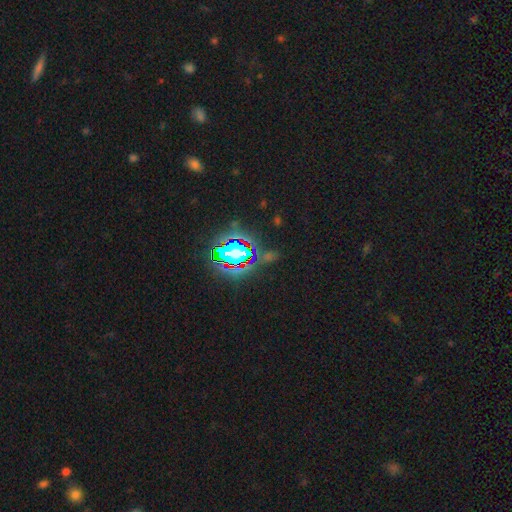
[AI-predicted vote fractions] smooth-or-featured: star or artifact: 83% | smooth: 10% | featured or disk: 7%